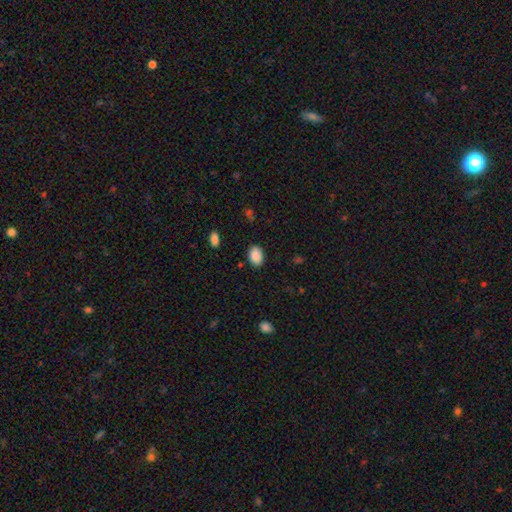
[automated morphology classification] smooth_or_featured: smooth (p=0.89) [alt: star or artifact p=0.07]
how_rounded: in between (p=0.82) [alt: round p=0.17]
merging: none (p=0.86) [alt: minor disturbance p=0.10]